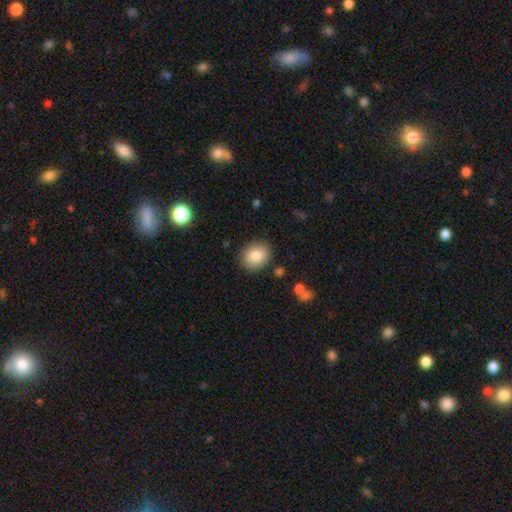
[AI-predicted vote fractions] smooth_or_featured: smooth (p=0.84) [alt: star or artifact p=0.08]
how_rounded: round (p=0.61) [alt: in between p=0.38]
merging: none (p=0.87) [alt: minor disturbance p=0.09]